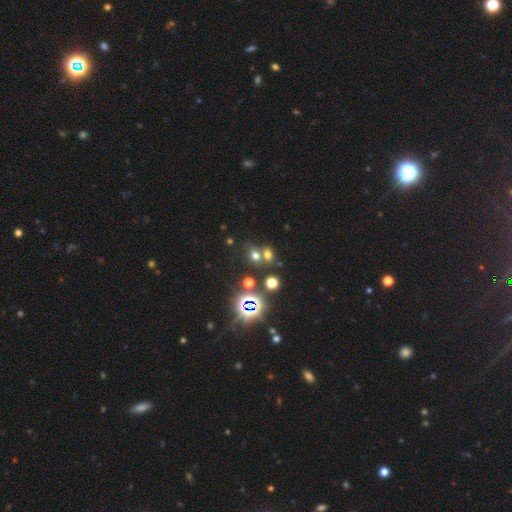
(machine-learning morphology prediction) A smooth galaxy with no disk features (54%) that is round (61%).

Vote fractions:
- Smooth or featured? smooth: 54% / star or artifact: 36% / featured or disk: 11%
- How rounded? round: 61% / in between: 38% / cigar-shaped: 2%
- Merging? none: 50% / merger: 37% / minor disturbance: 9% / major disturbance: 4%